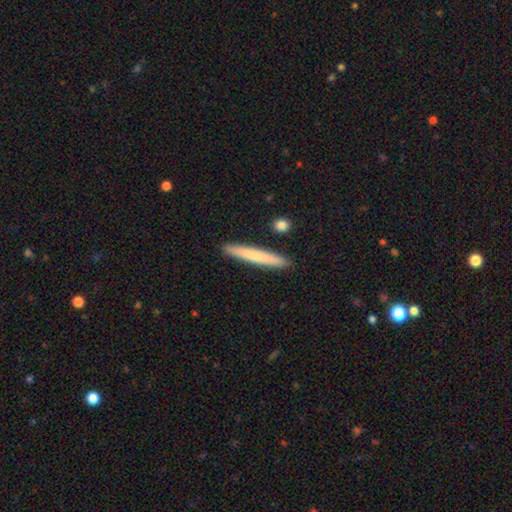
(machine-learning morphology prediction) smooth 72%, featured or disk 23%, star or artifact 5%. Down the decision tree: how rounded — cigar-shaped (96%); merging — none (91%).